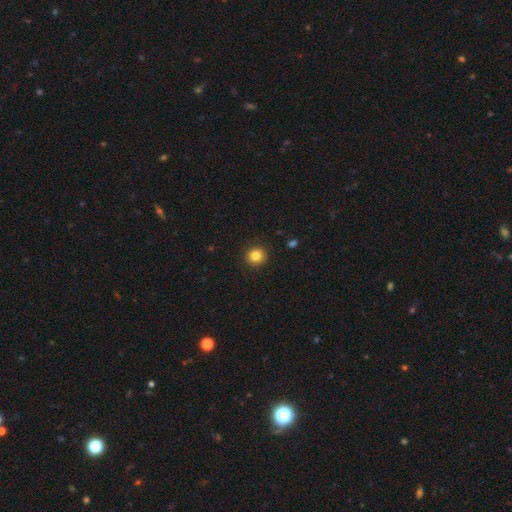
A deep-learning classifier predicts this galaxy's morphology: smooth_or_featured: smooth (p=0.84) [alt: star or artifact p=0.11]
how_rounded: round (p=0.93) [alt: in between p=0.06]
merging: none (p=0.93) [alt: minor disturbance p=0.05]